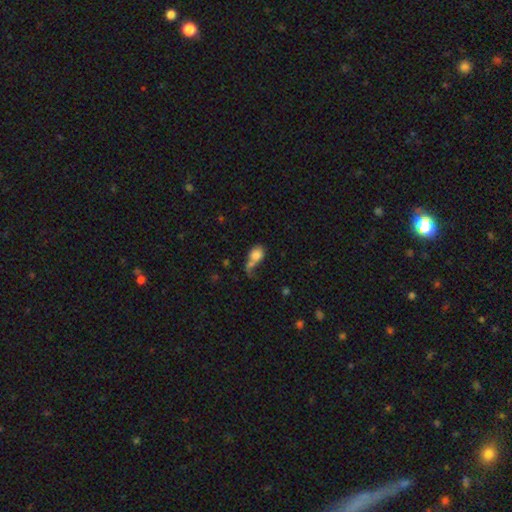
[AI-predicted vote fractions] Smooth or featured?
  - smooth: 75% *
  - featured or disk: 15%
  - star or artifact: 9%
How rounded?
  - in between: 56% *
  - round: 42%
  - cigar-shaped: 2%
Merging?
  - merger: 39% *
  - major disturbance: 26%
  - none: 21%
  - minor disturbance: 13%